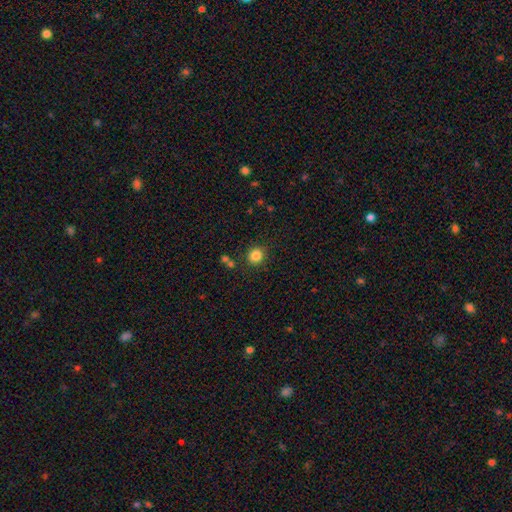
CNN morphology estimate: Smooth or featured: smooth — 84% (star or artifact — 12%)
How rounded: round — 88% (in between — 11%)
Merging: none — 86% (minor disturbance — 8%)